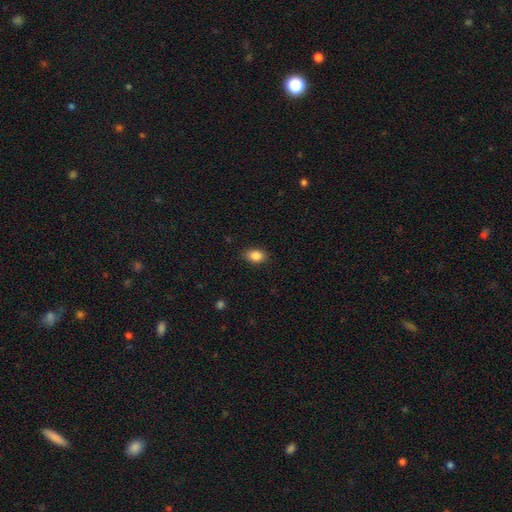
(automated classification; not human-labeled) smooth-or-featured: smooth: 86% | star or artifact: 8% | featured or disk: 5%
  how-rounded: in between: 83% | round: 16% | cigar-shaped: 2%
  merging: none: 85% | minor disturbance: 12% | major disturbance: 2% | merger: 1%